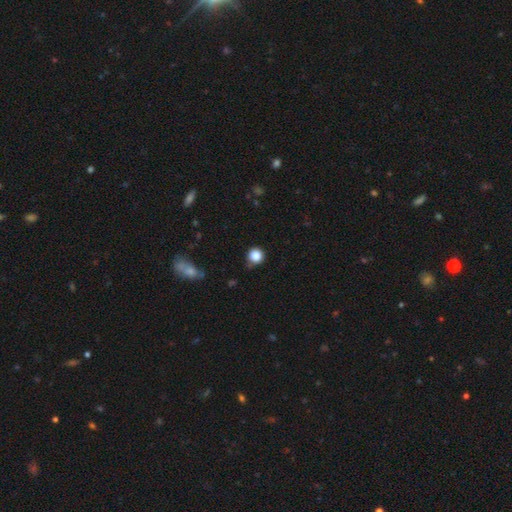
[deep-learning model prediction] Smooth or featured? Predicted: smooth (p=0.85). How rounded? Predicted: round (p=0.93). Merging? Predicted: none (p=0.78).